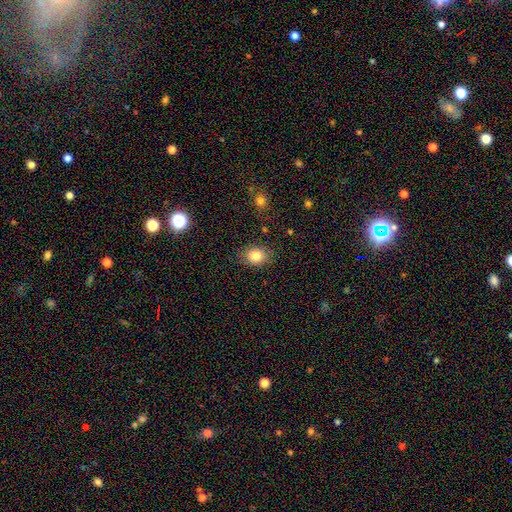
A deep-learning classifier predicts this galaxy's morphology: type=smooth (82%); roundness=round (52%); merging=none (84%).